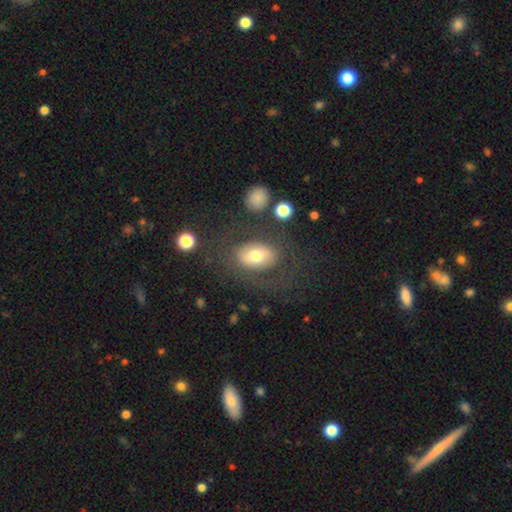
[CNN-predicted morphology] smooth-or-featured: smooth: 59% | featured or disk: 32% | star or artifact: 9%
  how-rounded: in between: 81% | round: 17% | cigar-shaped: 2%
  merging: none: 62% | major disturbance: 18% | minor disturbance: 16% | merger: 4%